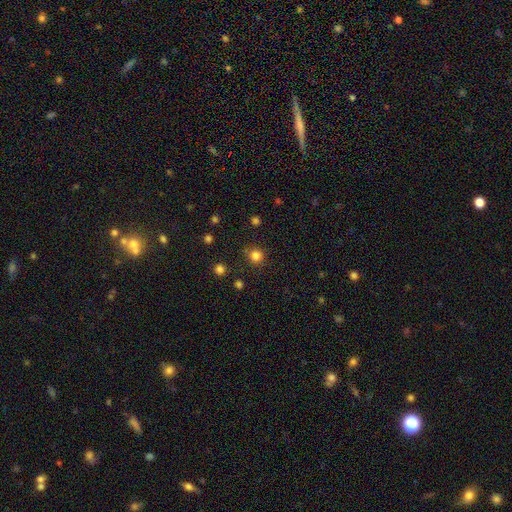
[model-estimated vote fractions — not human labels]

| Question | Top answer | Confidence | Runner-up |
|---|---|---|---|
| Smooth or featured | smooth | 81% | star or artifact (14%) |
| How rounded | round | 93% | in between (6%) |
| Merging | none | 85% | minor disturbance (9%) |